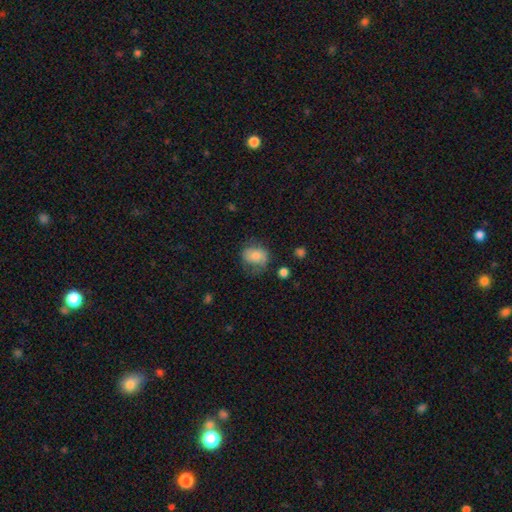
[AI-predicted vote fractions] smooth 69%, featured or disk 23%, star or artifact 8%. Down the decision tree: how rounded — round (52%); merging — none (55%).